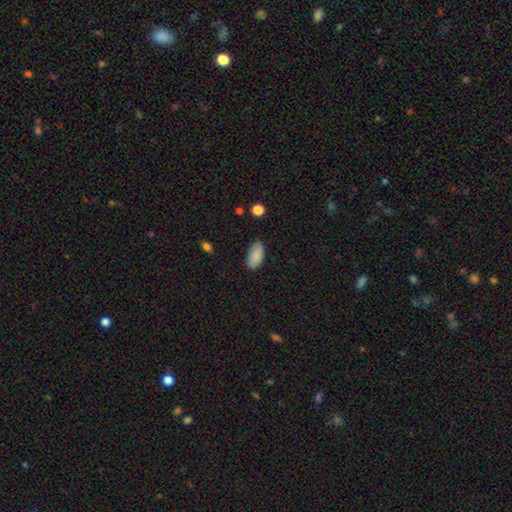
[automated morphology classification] Q: Smooth or featured?
A: smooth (88%); runner-up: star or artifact (7%)
Q: How rounded?
A: in between (95%); runner-up: cigar-shaped (3%)
Q: Merging?
A: none (83%); runner-up: minor disturbance (13%)